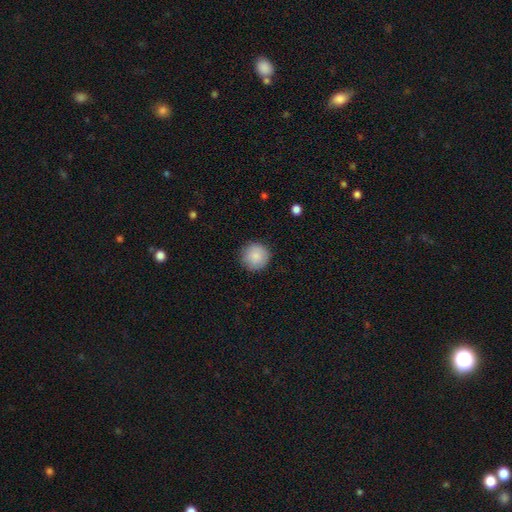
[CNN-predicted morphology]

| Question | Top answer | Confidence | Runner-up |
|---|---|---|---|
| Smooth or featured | smooth | 87% | star or artifact (7%) |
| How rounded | round | 95% | in between (4%) |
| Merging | none | 89% | minor disturbance (8%) |